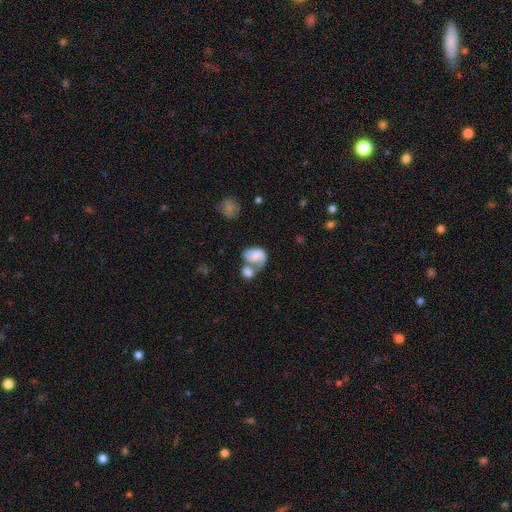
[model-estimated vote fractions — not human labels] smooth_or_featured: smooth (p=0.58) [alt: featured or disk p=0.33]
how_rounded: in between (p=0.67) [alt: round p=0.32]
merging: merger (p=0.59) [alt: none p=0.17]